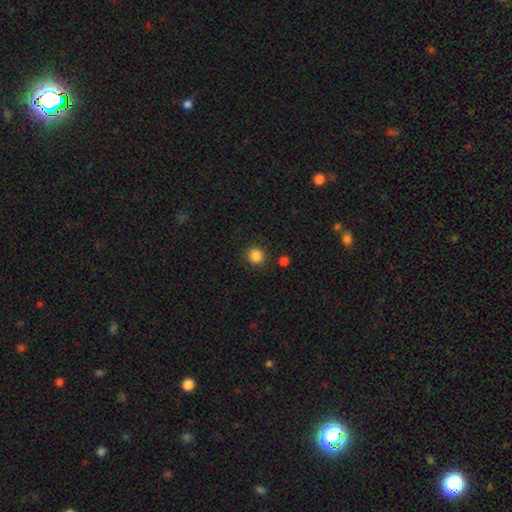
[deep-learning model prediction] A smooth galaxy with no disk features (86%) that is round (93%).

Vote fractions:
- Smooth or featured? smooth: 86% / star or artifact: 11% / featured or disk: 3%
- How rounded? round: 93% / in between: 6% / cigar-shaped: 1%
- Merging? none: 90% / minor disturbance: 6% / major disturbance: 2% / merger: 2%